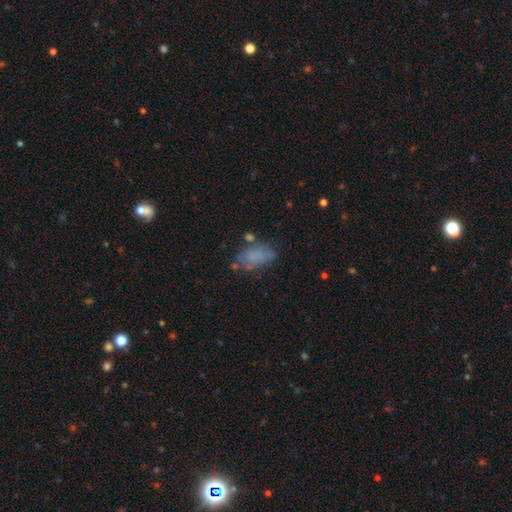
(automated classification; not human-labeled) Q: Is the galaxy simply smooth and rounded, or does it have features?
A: smooth — 62%.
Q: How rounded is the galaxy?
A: in between — 89%.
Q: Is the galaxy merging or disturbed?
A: none — 48%.